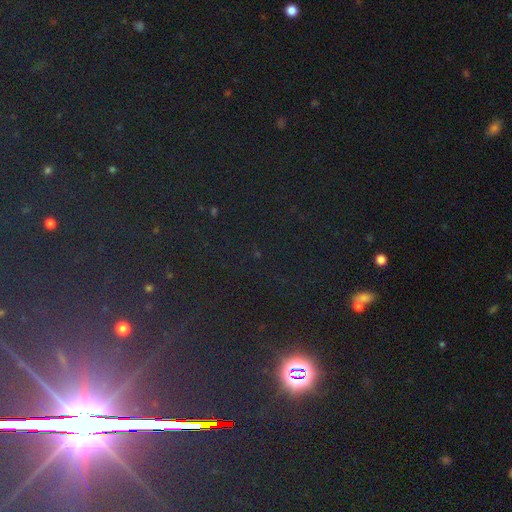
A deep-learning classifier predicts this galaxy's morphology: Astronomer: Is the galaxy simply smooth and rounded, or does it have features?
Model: star or artifact — 81%.